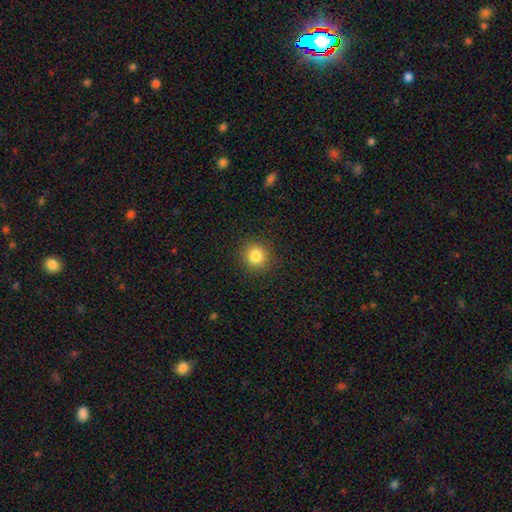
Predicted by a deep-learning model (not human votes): Smooth or featured? smooth (83%)
How rounded? round (90%)
Merging? none (91%)